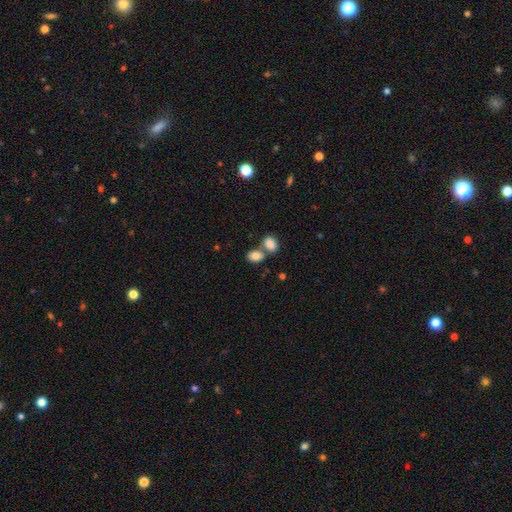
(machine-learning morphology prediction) Overall: smooth (85%). How rounded: in between (78%). Merging: merger (45%; none 42%).